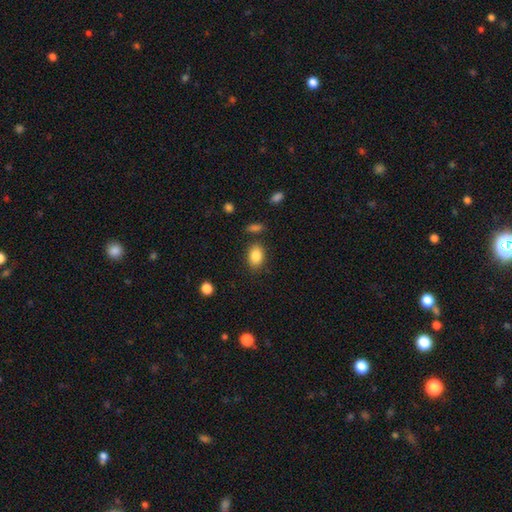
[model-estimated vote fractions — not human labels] smooth_or_featured: smooth (p=0.85) [alt: star or artifact p=0.08]
how_rounded: in between (p=0.79) [alt: round p=0.19]
merging: none (p=0.81) [alt: minor disturbance p=0.12]